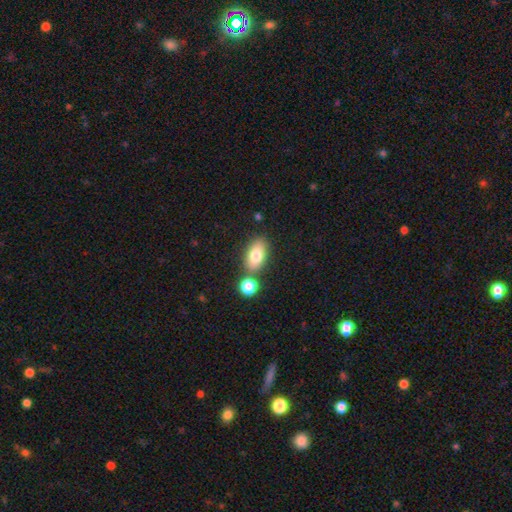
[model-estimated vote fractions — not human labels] smooth-or-featured: smooth: 77% | featured or disk: 15% | star or artifact: 8%
  how-rounded: in between: 89% | round: 6% | cigar-shaped: 5%
  merging: none: 70% | merger: 16% | minor disturbance: 11% | major disturbance: 3%